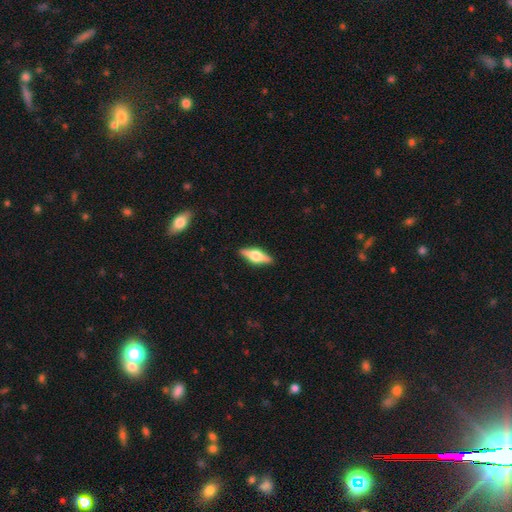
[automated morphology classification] This appears to be a featured or disk galaxy (64%) viewed edge-on (96%) with a rounded central bulge (94%). Merging: none (90%).